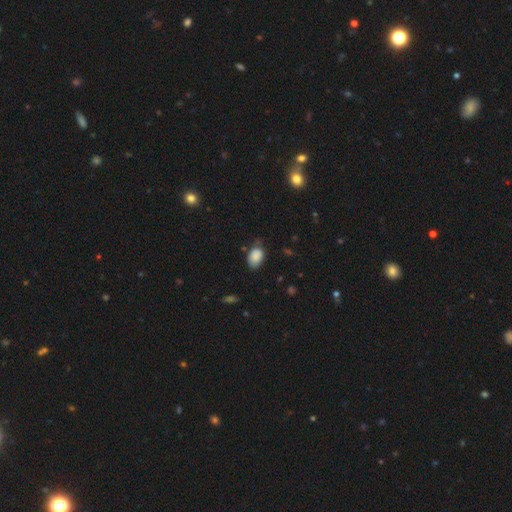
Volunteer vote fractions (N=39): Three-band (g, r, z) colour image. It shows a smooth galaxy with no disk features (87%) that is in between round and cigar-shaped (88%). Merging: none (69%).